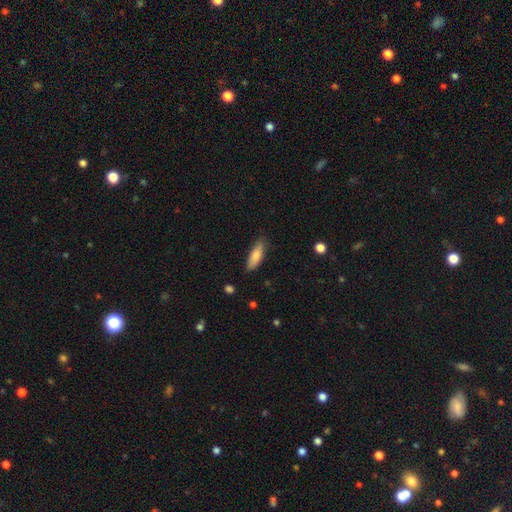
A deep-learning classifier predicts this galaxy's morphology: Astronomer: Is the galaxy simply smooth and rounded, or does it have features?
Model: smooth — 79%.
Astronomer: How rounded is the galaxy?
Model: in between — 52% (runner-up: cigar-shaped, 47%).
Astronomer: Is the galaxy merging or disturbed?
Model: none — 80%.